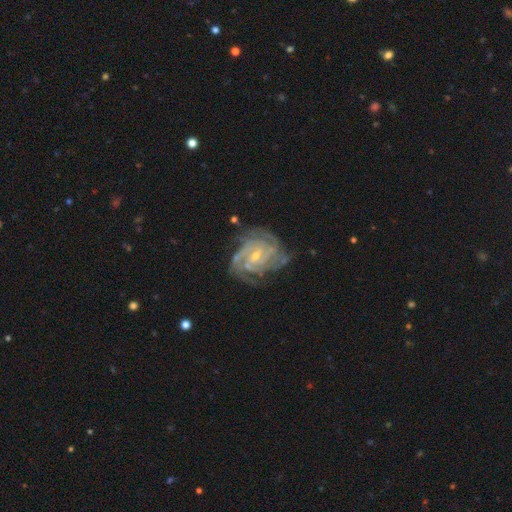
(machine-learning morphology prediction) Smooth or featured? Predicted: featured or disk (p=0.89). Edge-on disk? Predicted: no (p=0.98). Bar? Predicted: weak (p=0.50). Spiral arms? Predicted: yes (p=0.97). Spiral winding? Predicted: tight (p=0.66). Spiral arm count? Predicted: 4 (p=0.26). Bulge size? Predicted: small (p=0.68). Merging? Predicted: none (p=0.69).